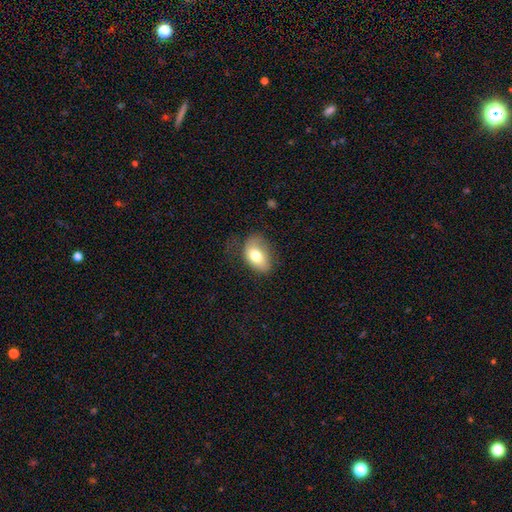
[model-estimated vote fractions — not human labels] smooth 74%, featured or disk 18%, star or artifact 8%. Down the decision tree: how rounded — in between (88%); merging — none (53%).